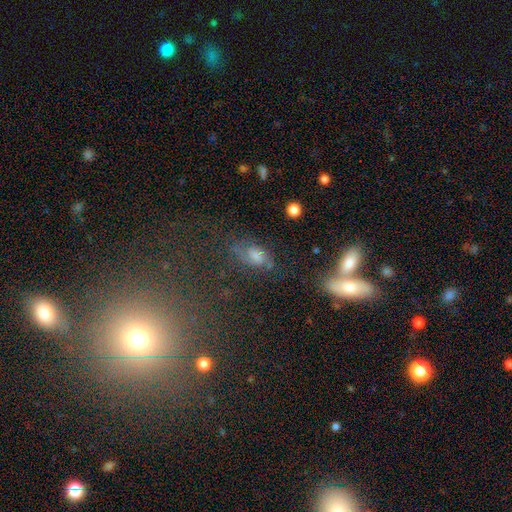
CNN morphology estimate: A smooth galaxy with no disk features (44%). Merging: none (55%).